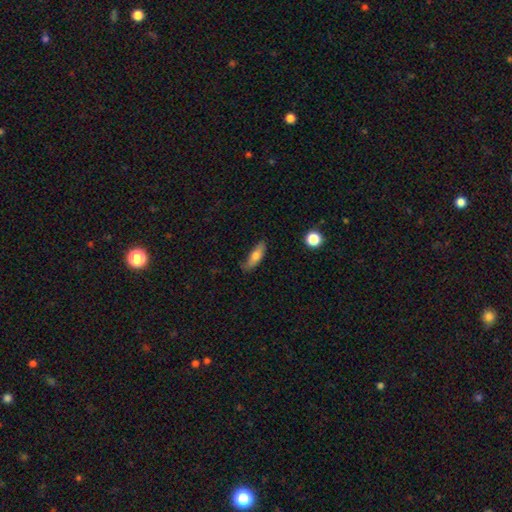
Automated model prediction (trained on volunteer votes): Smooth or featured?
  - smooth: 73% *
  - featured or disk: 20%
  - star or artifact: 7%
How rounded?
  - in between: 54% *
  - cigar-shaped: 43%
  - round: 3%
Merging?
  - none: 65% *
  - minor disturbance: 27%
  - major disturbance: 6%
  - merger: 2%